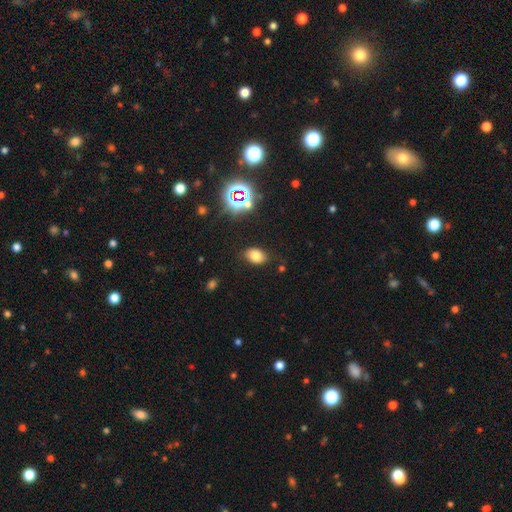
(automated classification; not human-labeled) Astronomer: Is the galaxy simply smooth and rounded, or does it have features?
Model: smooth — 73%.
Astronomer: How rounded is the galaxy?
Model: in between — 84%.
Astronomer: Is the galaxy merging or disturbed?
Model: none — 82%.